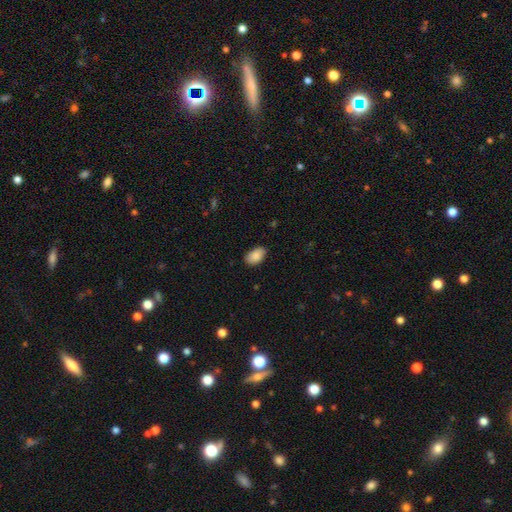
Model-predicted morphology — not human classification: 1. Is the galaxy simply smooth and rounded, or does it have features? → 89% smooth, 7% star or artifact, 4% featured or disk.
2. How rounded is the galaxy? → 93% in between, 6% round, 1% cigar-shaped.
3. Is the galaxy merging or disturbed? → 85% none, 11% minor disturbance, 2% major disturbance, 1% merger.